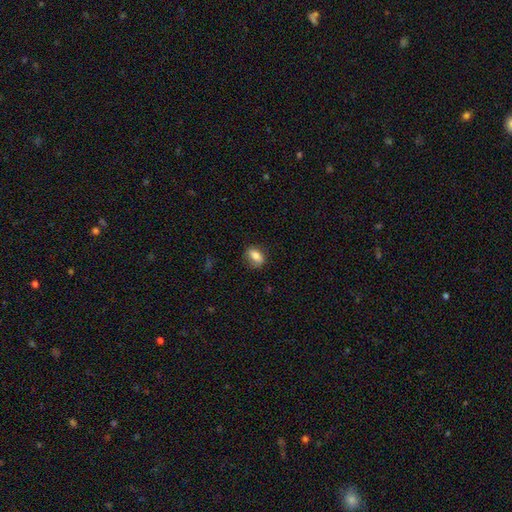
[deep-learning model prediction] Q: Smooth or featured?
A: smooth (82%); runner-up: featured or disk (10%)
Q: How rounded?
A: in between (78%); runner-up: round (18%)
Q: Merging?
A: none (76%); runner-up: minor disturbance (18%)